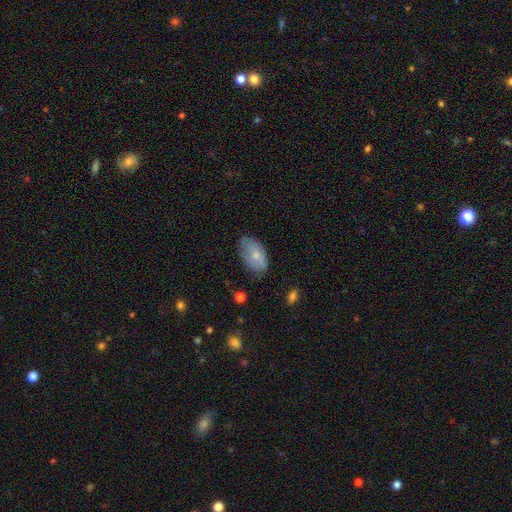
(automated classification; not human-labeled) Overall: smooth (70%). How rounded: in between (93%). Merging: none (67%).